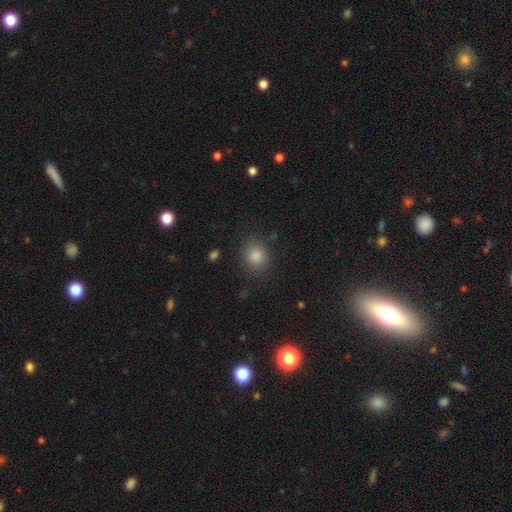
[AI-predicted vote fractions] Overall: smooth (81%). How rounded: round (76%). Merging: none (87%).